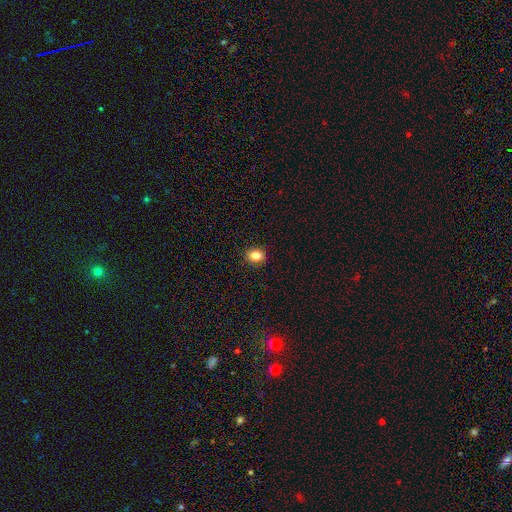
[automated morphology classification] Smooth or featured? Predicted: smooth (p=0.84). How rounded? Predicted: round (p=0.49, tied with in between). Merging? Predicted: none (p=0.90).